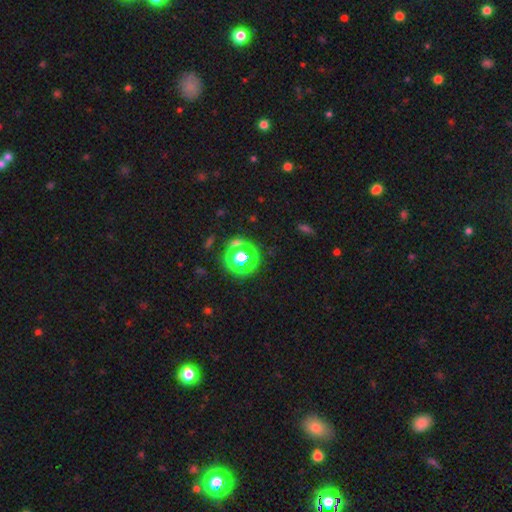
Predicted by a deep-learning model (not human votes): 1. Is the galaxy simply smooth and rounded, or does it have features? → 66% star or artifact, 28% smooth, 7% featured or disk.